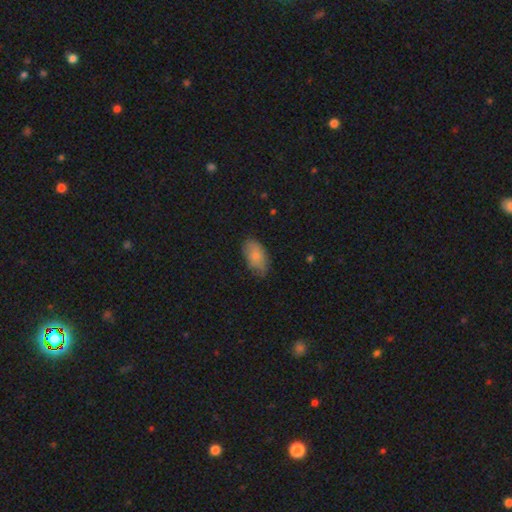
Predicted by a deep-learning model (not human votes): The model was most divided on "merging": none: 70%, minor disturbance: 24%, major disturbance: 5%, merger: 1%. More confident: how rounded — in between (94%); smooth or featured — smooth (82%).